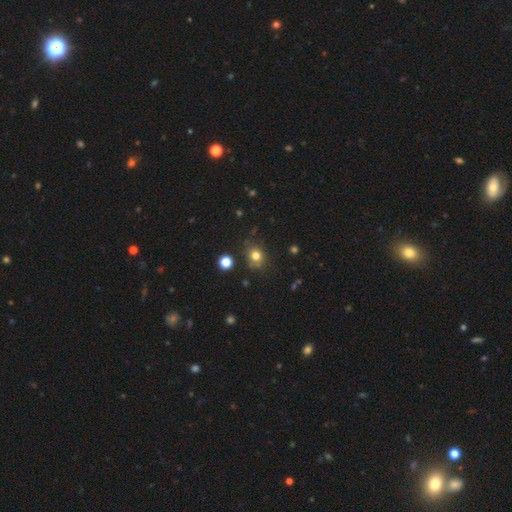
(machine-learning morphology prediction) Smooth or featured: smooth — 78% (star or artifact — 15%)
How rounded: round — 71% (in between — 28%)
Merging: none — 78% (minor disturbance — 14%)